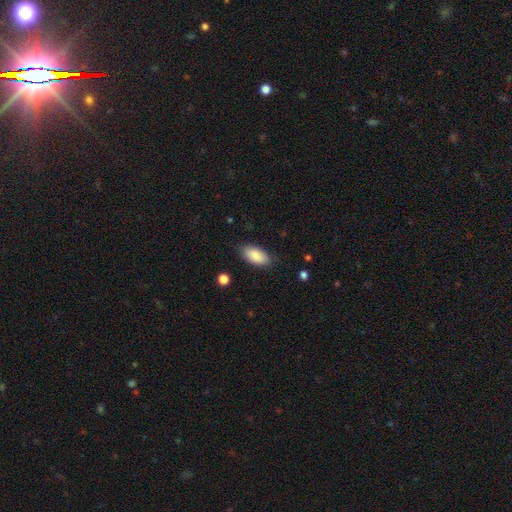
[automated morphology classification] A smooth galaxy with no disk features (85%) that is in between round and cigar-shaped (93%).

Vote fractions:
- Smooth or featured? smooth: 85% / featured or disk: 8% / star or artifact: 7%
- How rounded? in between: 93% / cigar-shaped: 5% / round: 3%
- Merging? none: 83% / minor disturbance: 13% / major disturbance: 3% / merger: 1%